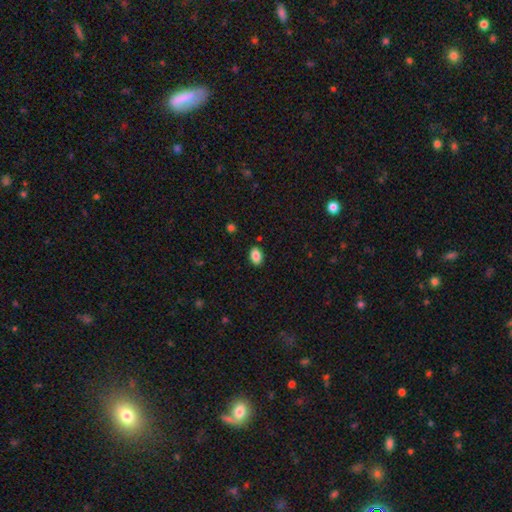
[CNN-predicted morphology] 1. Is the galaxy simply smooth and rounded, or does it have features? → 87% smooth, 8% star or artifact, 5% featured or disk.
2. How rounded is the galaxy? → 89% in between, 10% round, 1% cigar-shaped.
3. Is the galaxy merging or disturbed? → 87% none, 9% minor disturbance, 2% major disturbance, 1% merger.